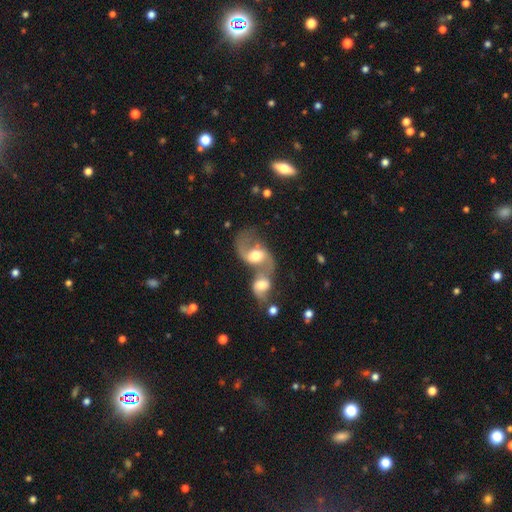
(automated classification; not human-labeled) smooth-or-featured: featured or disk: 70% | smooth: 22% | star or artifact: 8%
  disk-edge-on: no: 96% | yes: 4%
    bar: weak: 44% | no: 35% | strong: 21%
    has-spiral-arms: yes: 85% | no: 15%
      spiral-winding: loose: 62% | medium: 32% | tight: 6%
      spiral-arm-count: 2: 83% | 1: 8% | can't tell: 6% | 3: 1% | 4: 1% | more than 4: 1%
    bulge-size: moderate: 63% | large: 22% | small: 11% | dominant: 2% | none: 2%
  merging: merger: 71% | none: 16% | major disturbance: 7% | minor disturbance: 6%